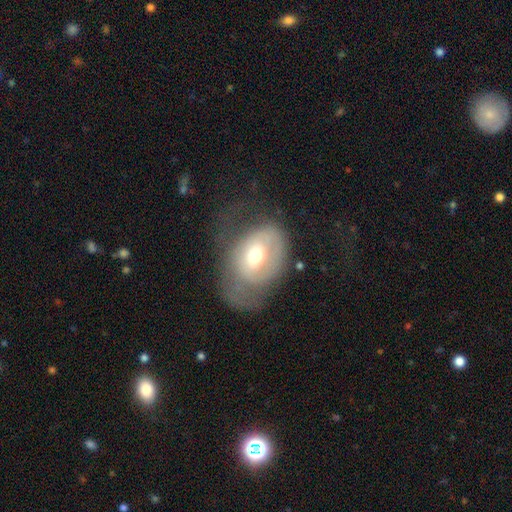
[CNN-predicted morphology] A featured or disk galaxy (50%).

Vote fractions:
- Smooth or featured? featured or disk: 50% / smooth: 42% / star or artifact: 8%
- Edge-on disk? no: 94% / yes: 6%
- Merging? major disturbance: 41% / none: 30% / minor disturbance: 27% / merger: 2%